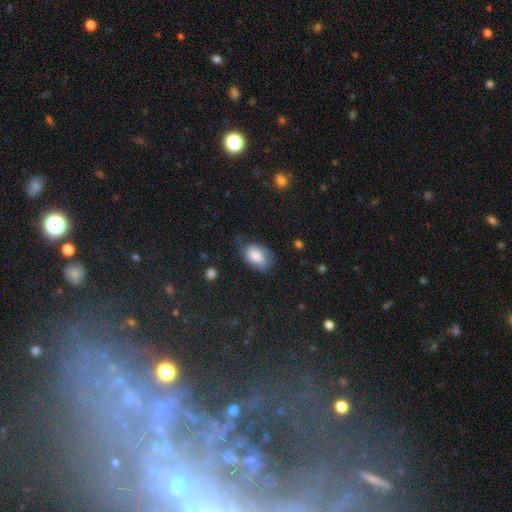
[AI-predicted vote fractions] The model was most divided on "merging": none: 44%, minor disturbance: 35%, major disturbance: 19%, merger: 2%. More confident: how rounded — in between (90%); smooth or featured — smooth (62%).